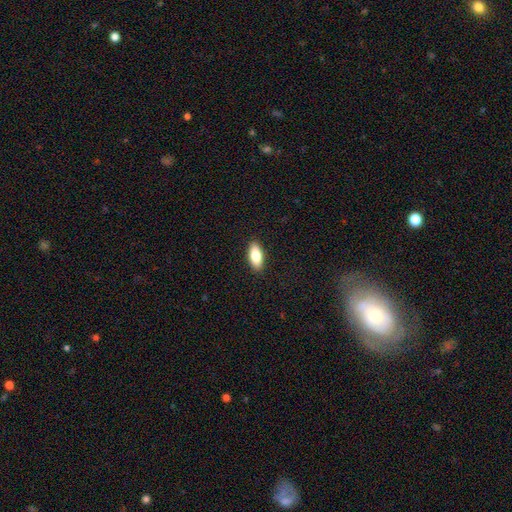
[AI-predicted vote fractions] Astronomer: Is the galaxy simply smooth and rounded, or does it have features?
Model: smooth — 83%.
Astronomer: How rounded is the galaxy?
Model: in between — 83%.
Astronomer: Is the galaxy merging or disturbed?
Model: none — 90%.